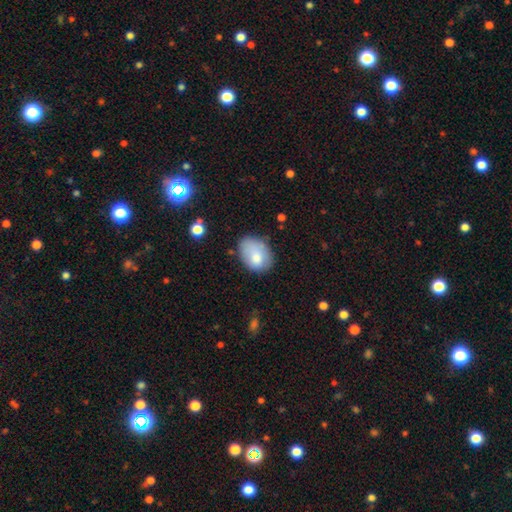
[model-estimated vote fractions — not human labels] This is likely a smooth galaxy (78%). How rounded: likely in between (75%). Merging: possibly none (58%).